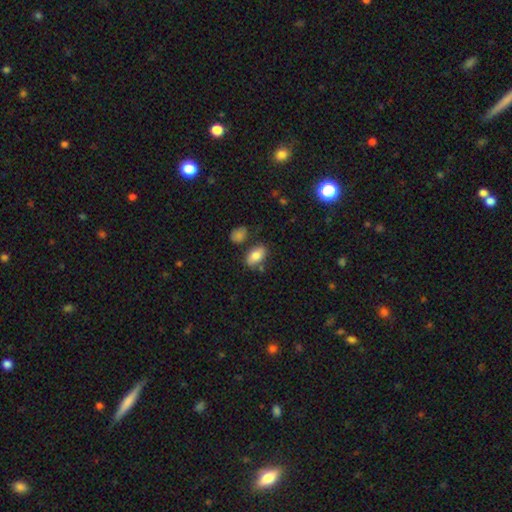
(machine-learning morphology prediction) The model was most divided on "merging": none: 72%, minor disturbance: 15%, merger: 9%, major disturbance: 4%. More confident: how rounded — in between (92%); smooth or featured — smooth (83%).